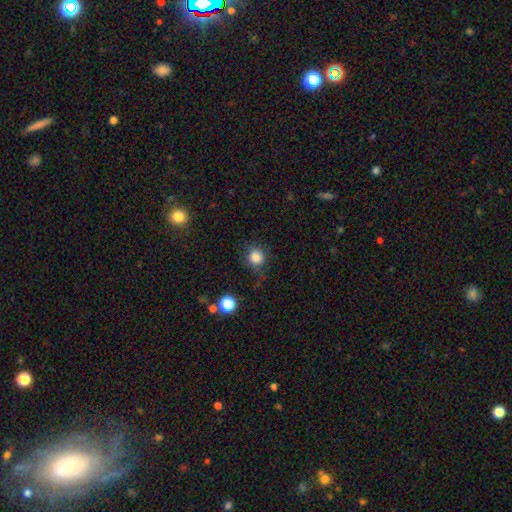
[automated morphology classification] smooth 84%, star or artifact 11%, featured or disk 4%. Down the decision tree: how rounded — round (89%); merging — none (77%).